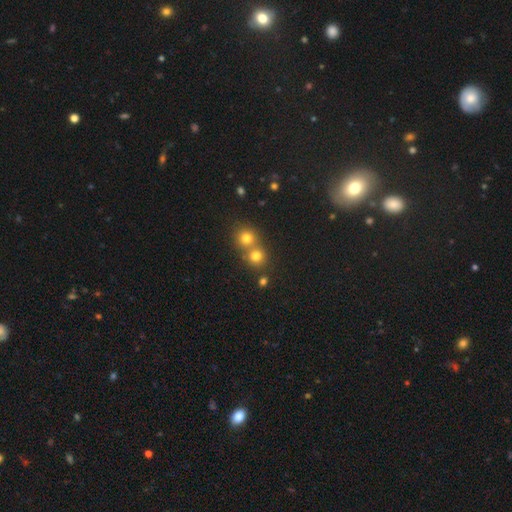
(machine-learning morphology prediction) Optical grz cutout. It shows a smooth galaxy with no disk features (73%) that is round (88%). Merging: none (50%).